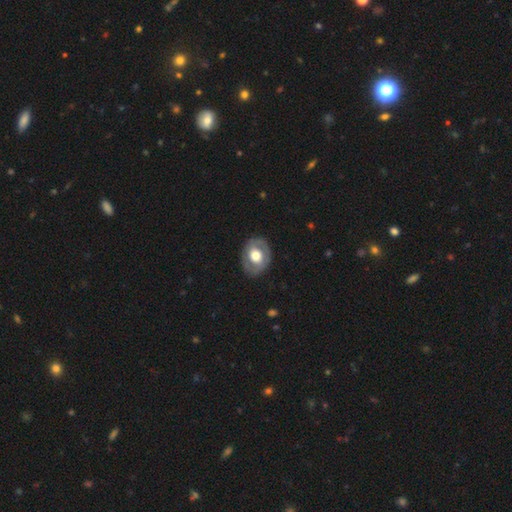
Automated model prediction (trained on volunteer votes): Smooth or featured?
  - featured or disk: 54% *
  - smooth: 41%
  - star or artifact: 5%
Edge-on disk?
  - no: 94% *
  - yes: 6%
Bar?
  - no: 75% *
  - weak: 18%
  - strong: 6%
Spiral arms?
  - no: 70% *
  - yes: 30%
Bulge size?
  - moderate: 48% *
  - large: 44%
  - dominant: 3%
  - small: 3%
  - none: 1%
Merging?
  - none: 81% *
  - minor disturbance: 13%
  - major disturbance: 5%
  - merger: 1%